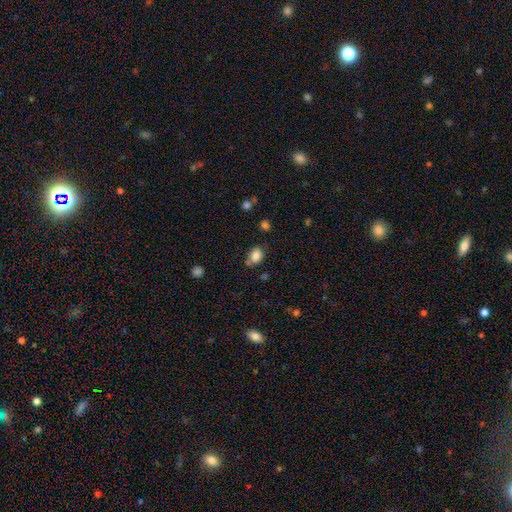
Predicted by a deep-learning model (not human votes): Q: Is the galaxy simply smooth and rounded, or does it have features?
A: smooth — 83%.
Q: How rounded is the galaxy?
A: in between — 63%.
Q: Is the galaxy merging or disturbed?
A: none — 69%.